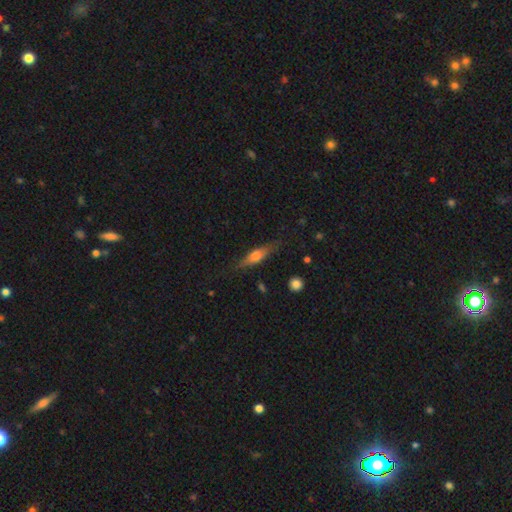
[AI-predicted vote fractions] Smooth or featured?
  - smooth: 52% *
  - featured or disk: 41%
  - star or artifact: 7%
How rounded?
  - cigar-shaped: 59% *
  - in between: 37%
  - round: 3%
Merging?
  - none: 77% *
  - minor disturbance: 17%
  - major disturbance: 4%
  - merger: 2%